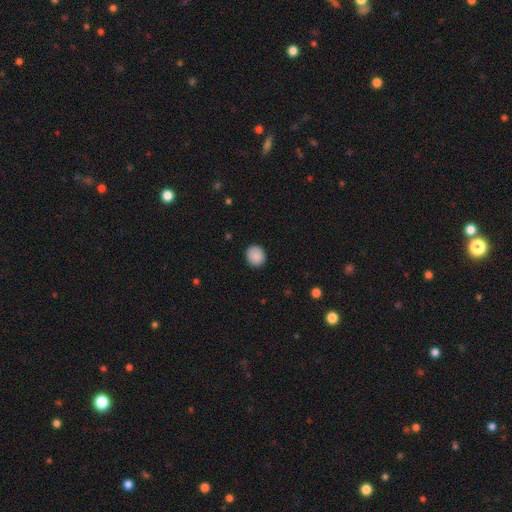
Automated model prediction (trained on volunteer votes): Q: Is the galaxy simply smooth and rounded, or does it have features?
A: smooth — 88%.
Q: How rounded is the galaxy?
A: round — 84%.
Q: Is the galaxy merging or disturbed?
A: none — 89%.